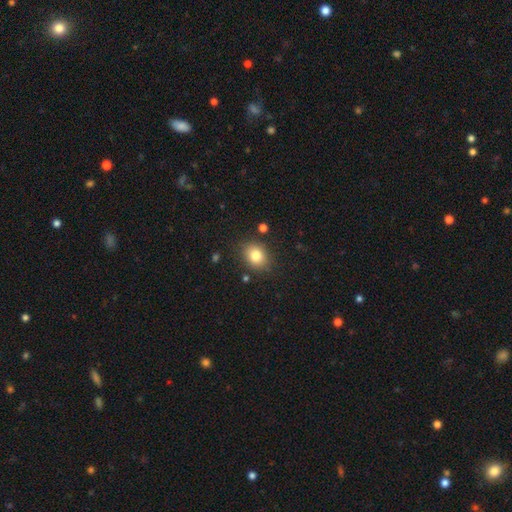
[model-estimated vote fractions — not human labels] Q: Smooth or featured?
A: smooth (81%); runner-up: star or artifact (11%)
Q: How rounded?
A: round (55%); runner-up: in between (44%)
Q: Merging?
A: none (84%); runner-up: minor disturbance (11%)